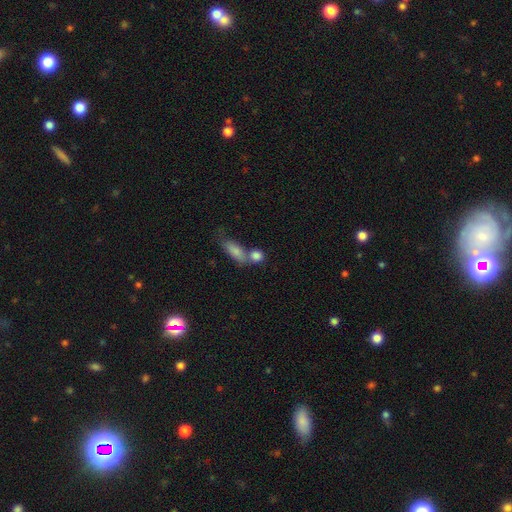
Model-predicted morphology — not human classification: smooth_or_featured: smooth (p=0.83) [alt: featured or disk p=0.09]
how_rounded: round (p=0.53) [alt: in between p=0.39]
merging: merger (p=0.45) [alt: none p=0.41]